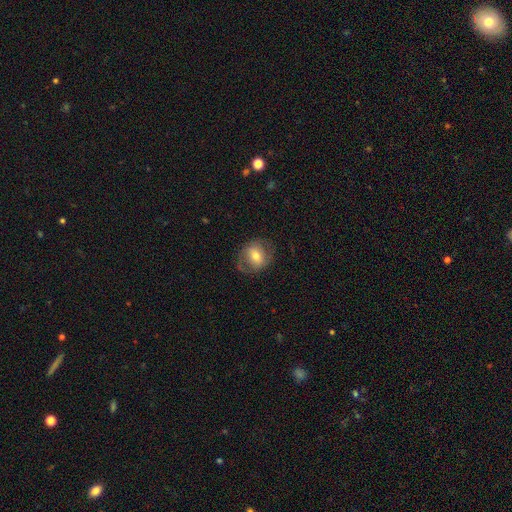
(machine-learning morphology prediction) Overall: smooth (54%; featured or disk 38%). How rounded: round (58%; in between 40%). Merging: none (69%).